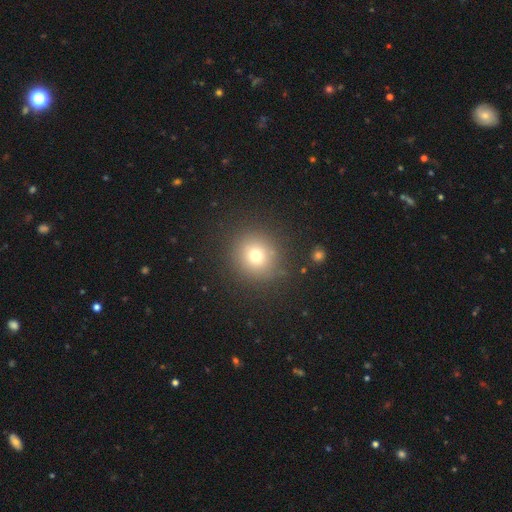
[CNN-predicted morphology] smooth-or-featured: smooth: 72% | star or artifact: 17% | featured or disk: 11%
  how-rounded: round: 91% | in between: 8% | cigar-shaped: 1%
  merging: none: 87% | minor disturbance: 8% | major disturbance: 4% | merger: 2%